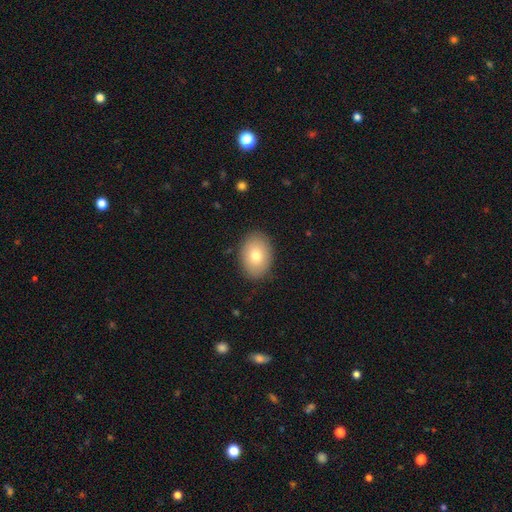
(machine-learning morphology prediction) smooth-or-featured: smooth: 77% | featured or disk: 16% | star or artifact: 8%
  how-rounded: in between: 76% | round: 23% | cigar-shaped: 1%
  merging: none: 88% | minor disturbance: 9% | major disturbance: 2% | merger: 1%